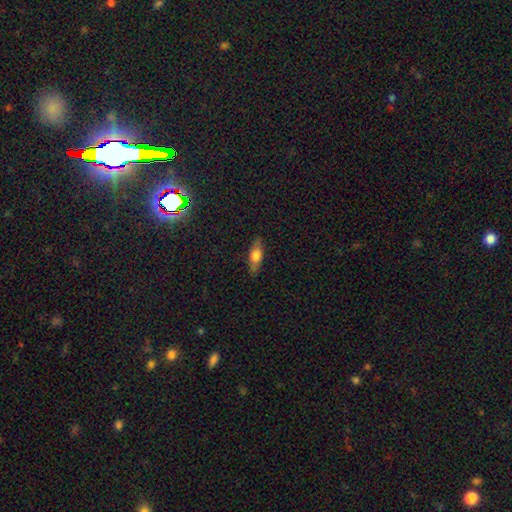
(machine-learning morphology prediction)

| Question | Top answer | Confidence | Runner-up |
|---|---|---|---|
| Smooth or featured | smooth | 58% | featured or disk (35%) |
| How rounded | in between | 58% | cigar-shaped (38%) |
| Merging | none | 84% | minor disturbance (12%) |